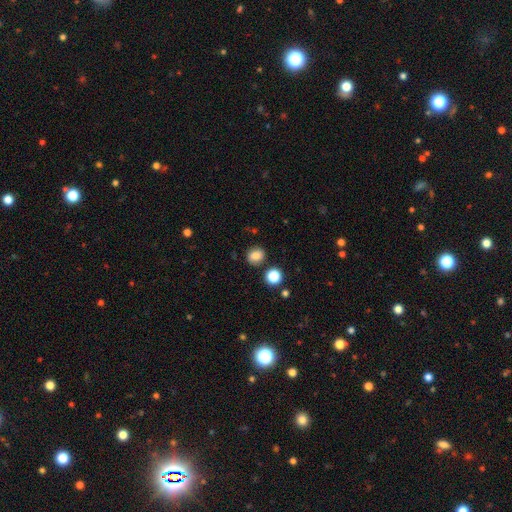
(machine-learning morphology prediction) Smooth or featured? smooth (82%)
How rounded? round (78%)
Merging? none (84%)